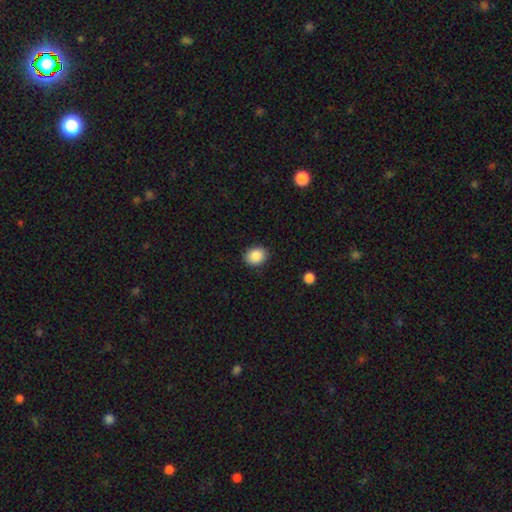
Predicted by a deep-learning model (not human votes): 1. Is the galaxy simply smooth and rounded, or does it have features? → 88% smooth, 8% star or artifact, 4% featured or disk.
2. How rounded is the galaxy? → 54% round, 45% in between, 1% cigar-shaped.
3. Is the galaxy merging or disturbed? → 88% none, 8% minor disturbance, 2% major disturbance, 1% merger.